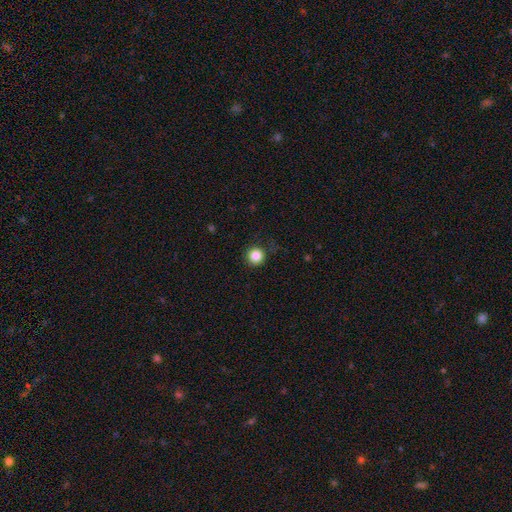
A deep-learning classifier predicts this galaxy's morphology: Overall: smooth (85%). How rounded: round (95%). Merging: none (87%).